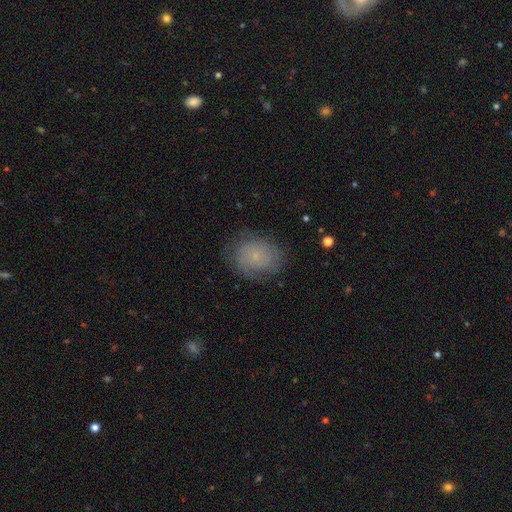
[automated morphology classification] This is possibly a smooth galaxy (52%). How rounded: possibly round (51%). Merging: likely none (70%).